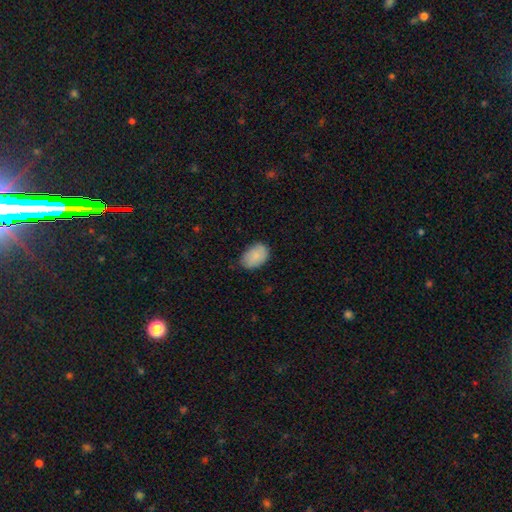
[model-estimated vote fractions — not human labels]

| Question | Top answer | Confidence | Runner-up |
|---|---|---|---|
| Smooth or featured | smooth | 86% | featured or disk (8%) |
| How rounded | in between | 87% | round (12%) |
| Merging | none | 74% | minor disturbance (21%) |